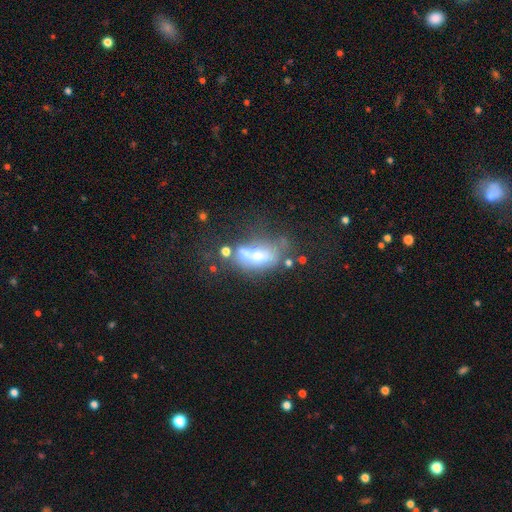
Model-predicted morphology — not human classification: smooth_or_featured: smooth (p=0.45) [alt: featured or disk p=0.41]
merging: merger (p=0.34) [alt: major disturbance p=0.26]